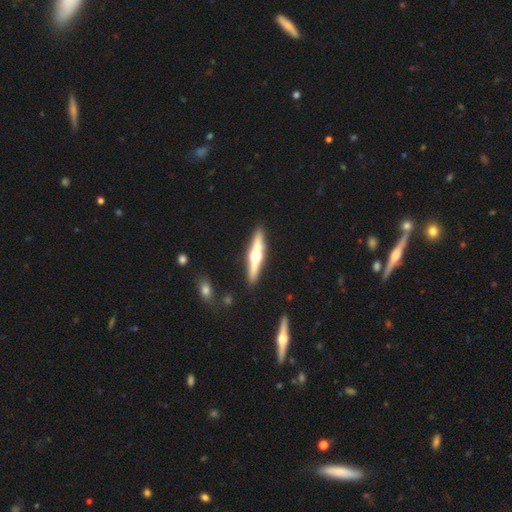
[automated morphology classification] Smooth or featured? Predicted: featured or disk (p=0.72). Edge-on disk? Predicted: yes (p=0.97). Edge-on bulge? Predicted: rounded (p=0.96). Merging? Predicted: none (p=0.90).